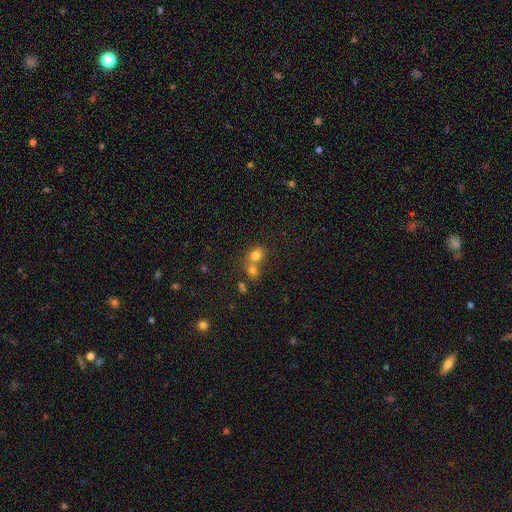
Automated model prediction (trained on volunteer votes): Morphology: type=smooth (75%); roundness=round (64%); merging=merger (56%).